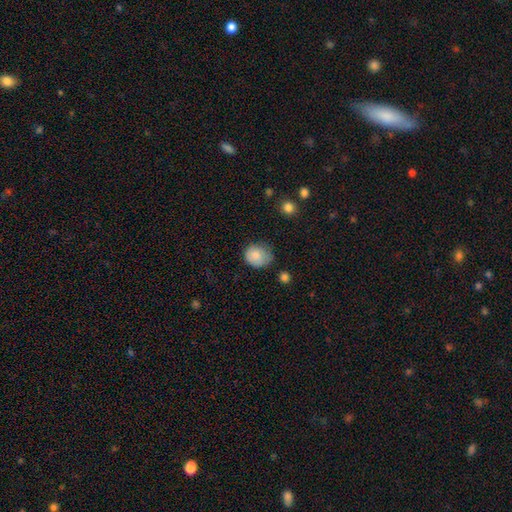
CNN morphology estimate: A smooth galaxy with no disk features (80%) that is round (70%). Merging: none (55%).